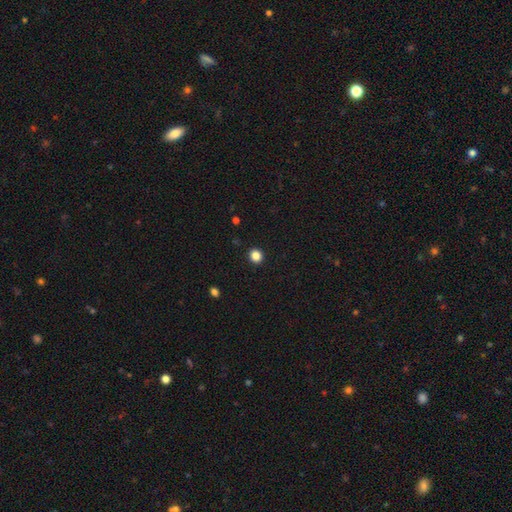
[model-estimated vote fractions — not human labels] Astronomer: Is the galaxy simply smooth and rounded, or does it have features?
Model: smooth — 85%.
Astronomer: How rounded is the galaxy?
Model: round — 83%.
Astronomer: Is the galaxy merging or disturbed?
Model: none — 92%.